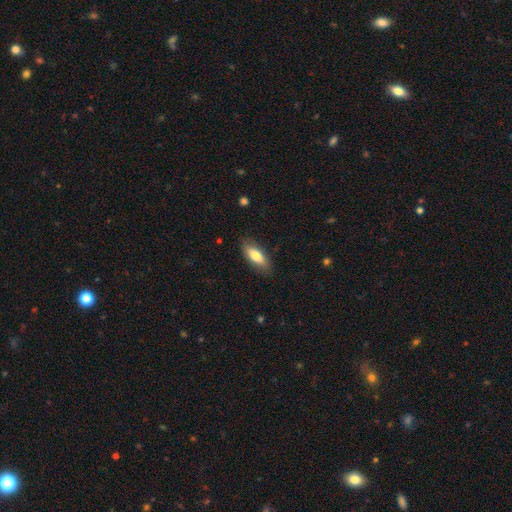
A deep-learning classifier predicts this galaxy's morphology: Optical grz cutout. It shows a smooth galaxy with no disk features (77%) that is in between round and cigar-shaped (77%). Merging: none (85%).